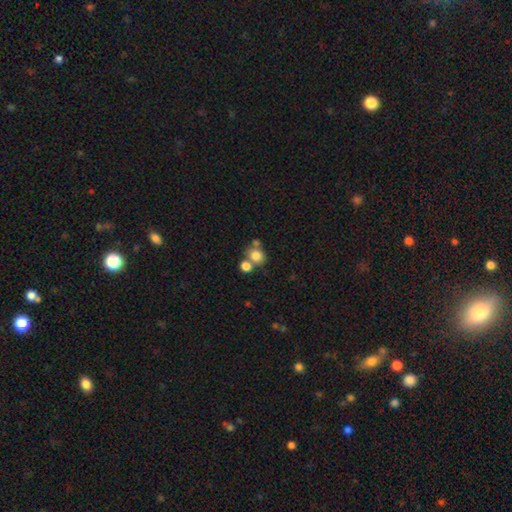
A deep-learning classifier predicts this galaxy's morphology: The model was most divided on "merging": none: 50%, merger: 36%, minor disturbance: 9%, major disturbance: 4%. More confident: smooth or featured — smooth (77%); how rounded — round (77%).